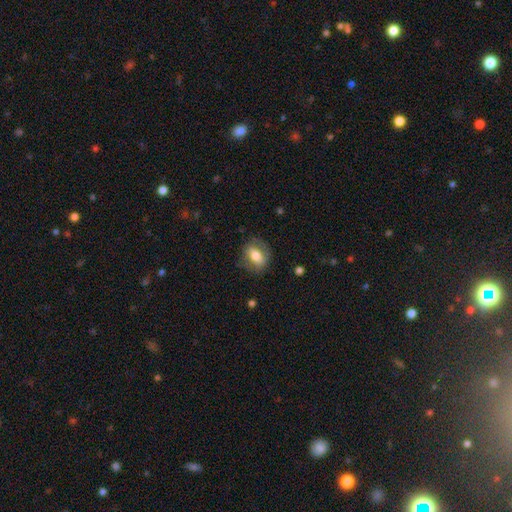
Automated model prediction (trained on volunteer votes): The model was most divided on "smooth or featured": smooth: 64%, featured or disk: 29%, star or artifact: 7%. More confident: merging — none (75%); how rounded — in between (70%).